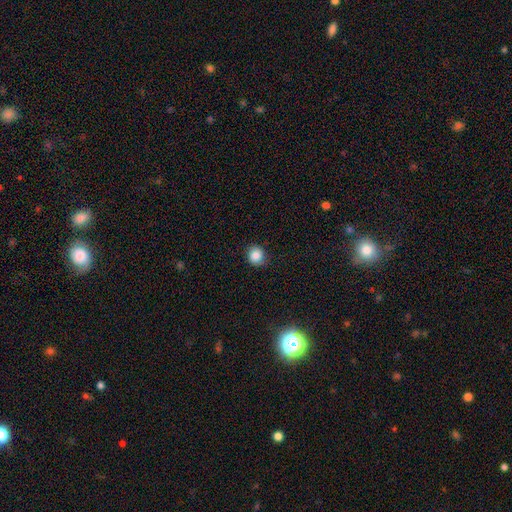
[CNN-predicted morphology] type=smooth (85%); roundness=round (83%); merging=none (85%).